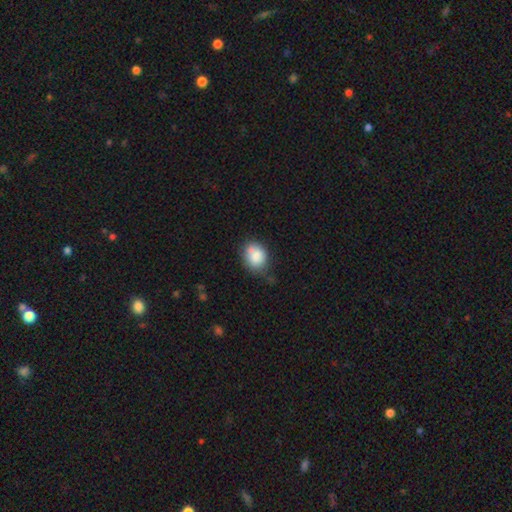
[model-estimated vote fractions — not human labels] Smooth or featured?
  - smooth: 81% *
  - featured or disk: 11%
  - star or artifact: 8%
How rounded?
  - round: 53% *
  - in between: 46%
  - cigar-shaped: 1%
Merging?
  - none: 53% *
  - minor disturbance: 25%
  - merger: 16%
  - major disturbance: 7%